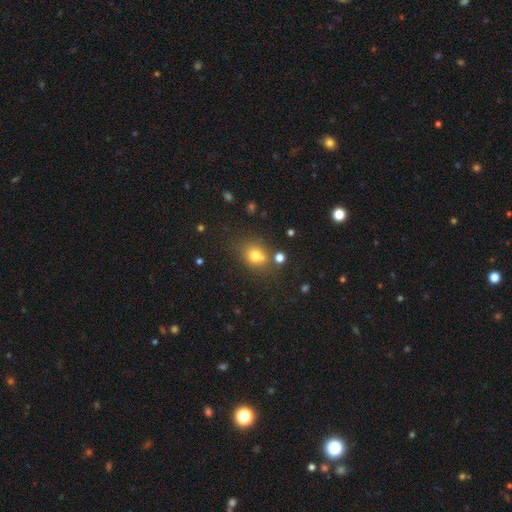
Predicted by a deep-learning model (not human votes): This appears to be a smooth galaxy with no disk features (74%) that is round (51%). Merging: none (66%).